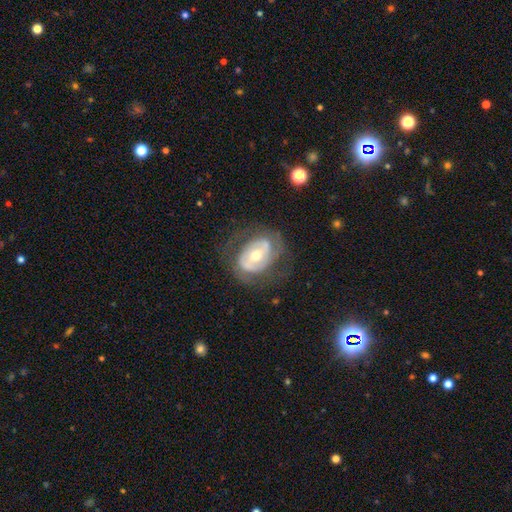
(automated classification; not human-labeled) The model was most divided on "bar": no: 48%, weak: 32%, strong: 20%. More confident: edge-on disk — no (95%); smooth or featured — featured or disk (70%); merging — none (62%); spiral arms — yes (61%); bulge size — moderate (60%).